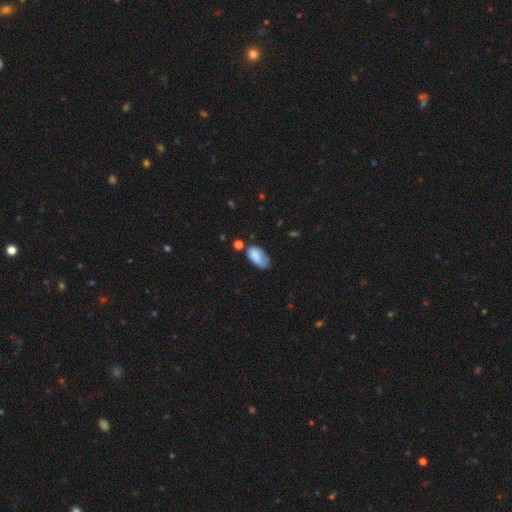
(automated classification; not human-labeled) smooth-or-featured: smooth: 72% | featured or disk: 20% | star or artifact: 8%
  how-rounded: in between: 92% | round: 5% | cigar-shaped: 3%
  merging: none: 38% | minor disturbance: 35% | major disturbance: 18% | merger: 9%